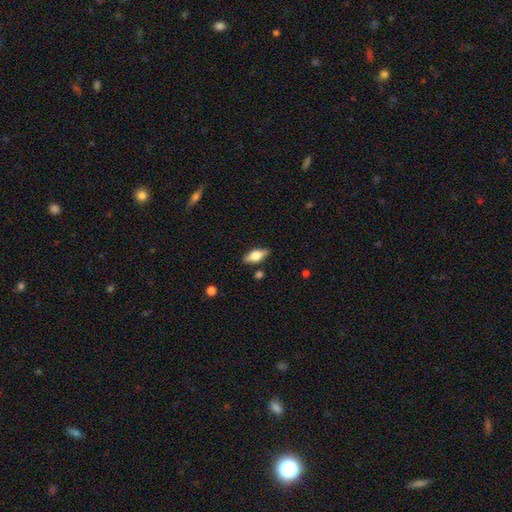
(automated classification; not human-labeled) smooth 62%, featured or disk 31%, star or artifact 7%. Down the decision tree: how rounded — in between (80%); merging — none (84%).